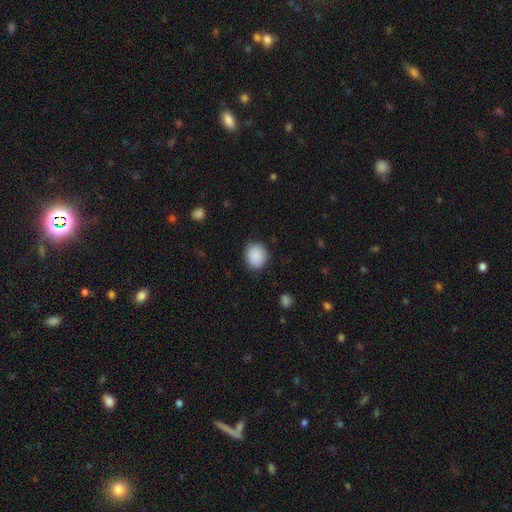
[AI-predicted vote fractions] smooth_or_featured: smooth (p=0.89) [alt: star or artifact p=0.07]
how_rounded: round (p=0.70) [alt: in between p=0.29]
merging: none (p=0.86) [alt: minor disturbance p=0.10]